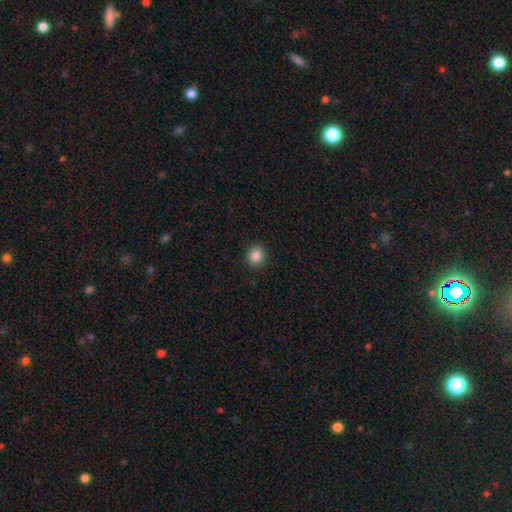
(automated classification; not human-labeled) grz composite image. It shows a smooth galaxy with no disk features (87%) that is round (81%). Merging: none (90%).